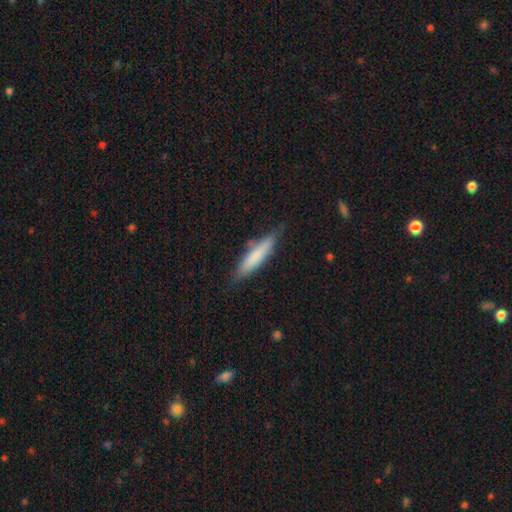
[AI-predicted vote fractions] smooth_or_featured: smooth (p=0.74) [alt: featured or disk p=0.20]
how_rounded: cigar-shaped (p=0.83) [alt: in between p=0.15]
merging: none (p=0.76) [alt: minor disturbance p=0.18]